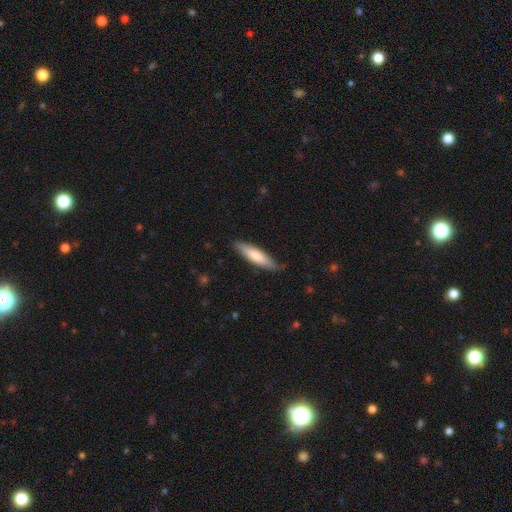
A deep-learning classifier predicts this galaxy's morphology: A smooth galaxy with no disk features (74%) that is cigar-shaped (77%).

Vote fractions:
- Smooth or featured? smooth: 74% / featured or disk: 21% / star or artifact: 5%
- How rounded? cigar-shaped: 77% / in between: 22% / round: 1%
- Merging? none: 84% / minor disturbance: 13% / major disturbance: 2% / merger: 1%